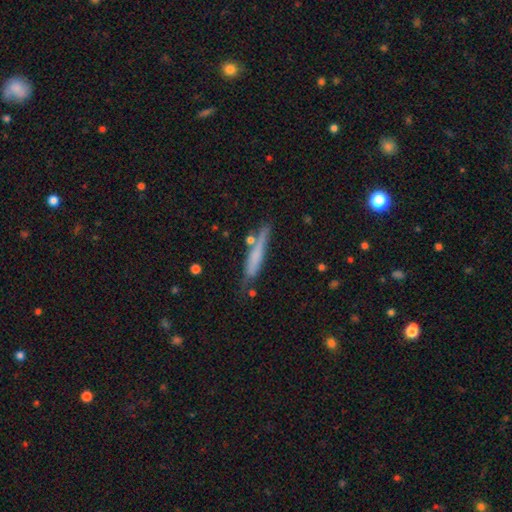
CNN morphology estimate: This is likely a smooth galaxy (61%). How rounded: clearly cigar-shaped (92%). Merging: likely none (70%).